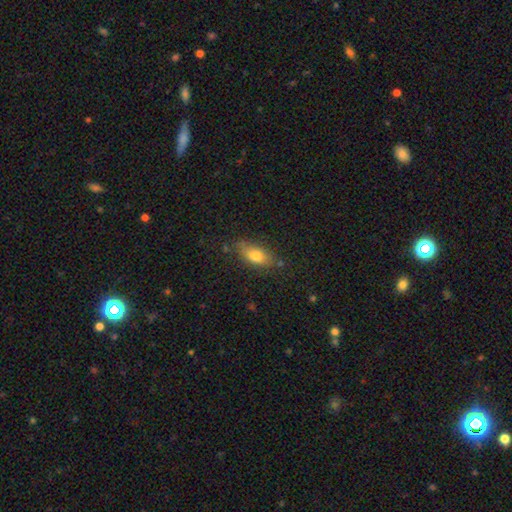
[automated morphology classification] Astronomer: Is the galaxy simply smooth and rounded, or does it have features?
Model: smooth — 75%.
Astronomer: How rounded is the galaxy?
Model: in between — 83%.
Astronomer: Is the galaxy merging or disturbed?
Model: none — 75%.